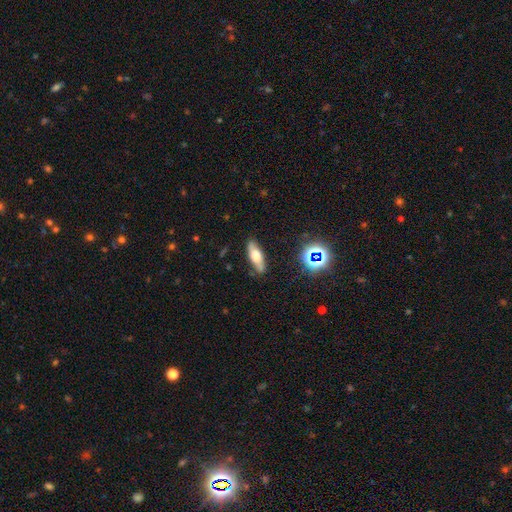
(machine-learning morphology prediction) smooth-or-featured: smooth: 51% | featured or disk: 39% | star or artifact: 10%
  how-rounded: in between: 58% | cigar-shaped: 39% | round: 4%
  merging: none: 83% | minor disturbance: 13% | major disturbance: 3% | merger: 2%